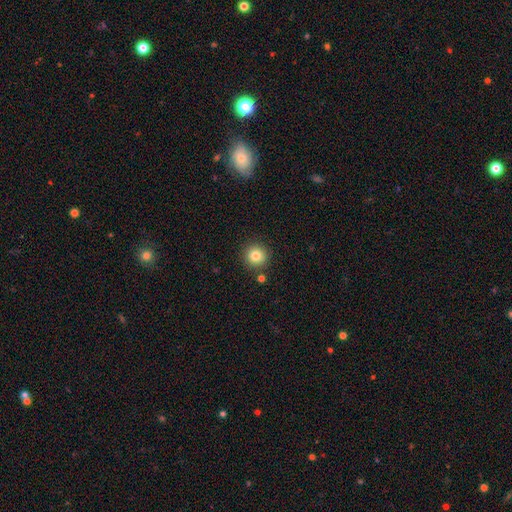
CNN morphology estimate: smooth 83%, star or artifact 11%, featured or disk 6%. Down the decision tree: how rounded — round (94%); merging — none (87%).